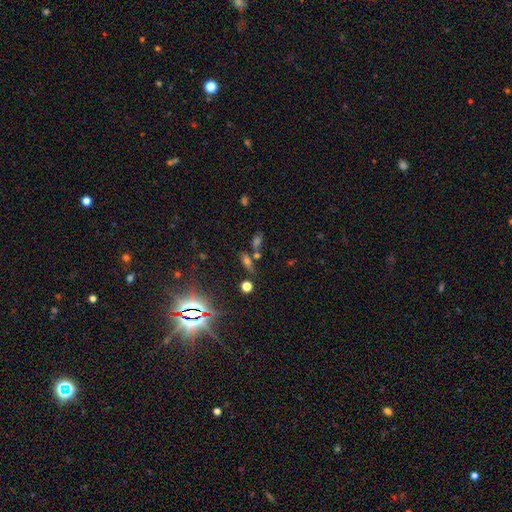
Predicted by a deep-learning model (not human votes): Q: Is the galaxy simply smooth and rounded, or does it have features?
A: star or artifact — 60%.